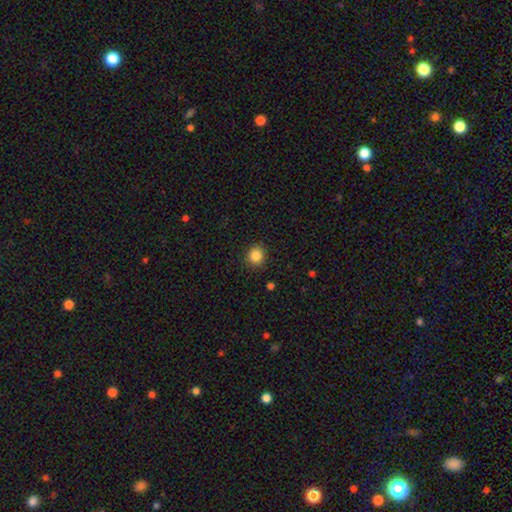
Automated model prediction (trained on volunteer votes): A smooth galaxy with no disk features (85%) that is round (89%).

Vote fractions:
- Smooth or featured? smooth: 85% / star or artifact: 11% / featured or disk: 4%
- How rounded? round: 89% / in between: 10% / cigar-shaped: 1%
- Merging? none: 90% / minor disturbance: 7% / major disturbance: 2% / merger: 1%